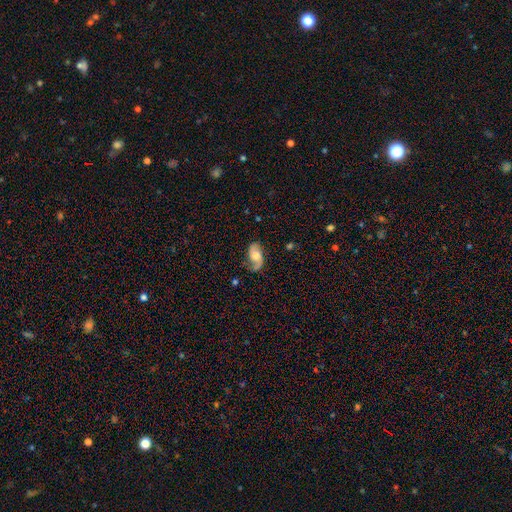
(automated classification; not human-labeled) Smooth or featured?
  - featured or disk: 74% *
  - smooth: 19%
  - star or artifact: 7%
Edge-on disk?
  - no: 96% *
  - yes: 4%
Bar?
  - no: 63% *
  - weak: 31%
  - strong: 6%
Spiral arms?
  - yes: 94% *
  - no: 6%
Spiral winding?
  - loose: 46% *
  - medium: 39%
  - tight: 15%
Spiral arm count?
  - 2: 86% *
  - 1: 7%
  - can't tell: 4%
  - 3: 1%
  - 4: 1%
  - more than 4: 1%
Bulge size?
  - moderate: 57% *
  - small: 21%
  - large: 15%
  - none: 5%
  - dominant: 2%
Merging?
  - none: 71% *
  - minor disturbance: 20%
  - major disturbance: 8%
  - merger: 2%